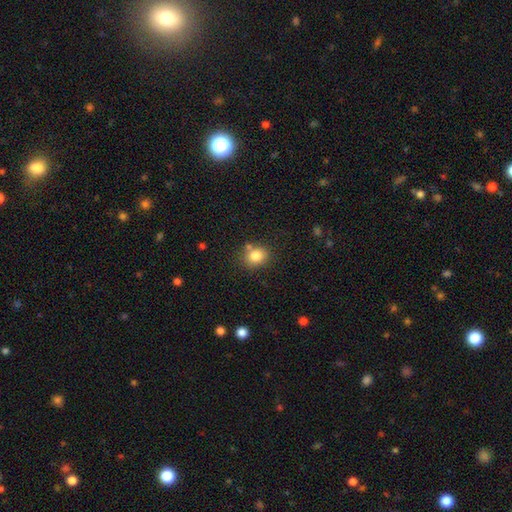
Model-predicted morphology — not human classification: smooth_or_featured: smooth (p=0.81) [alt: star or artifact p=0.11]
how_rounded: round (p=0.65) [alt: in between p=0.34]
merging: none (p=0.74) [alt: minor disturbance p=0.13]